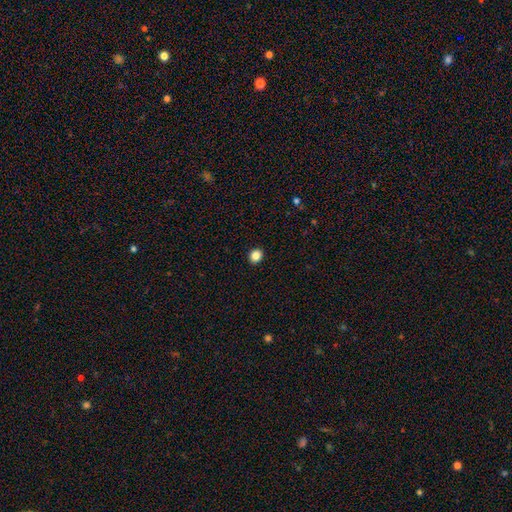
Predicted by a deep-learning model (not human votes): Smooth or featured? Predicted: smooth (p=0.85). How rounded? Predicted: round (p=0.72). Merging? Predicted: none (p=0.93).